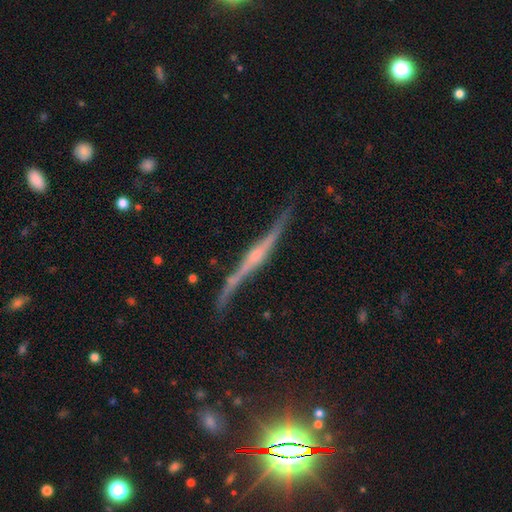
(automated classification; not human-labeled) Morphology: type=featured or disk (84%); edge-on=yes (97%); edge-on bulge=rounded (71%); merging=none (79%).